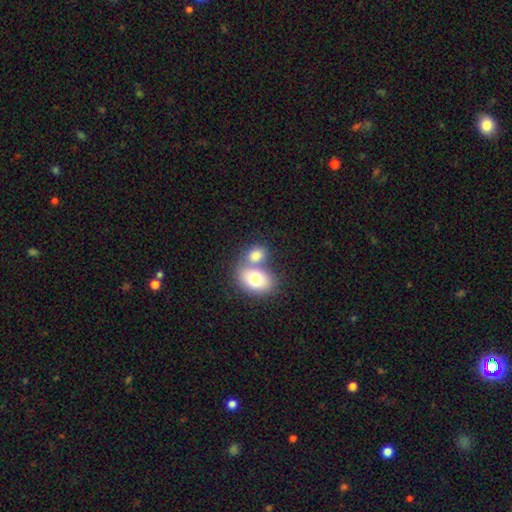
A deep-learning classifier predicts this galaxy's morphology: Smooth or featured: smooth — 77% (featured or disk — 15%)
How rounded: in between — 68% (round — 31%)
Merging: merger — 54% (none — 33%)